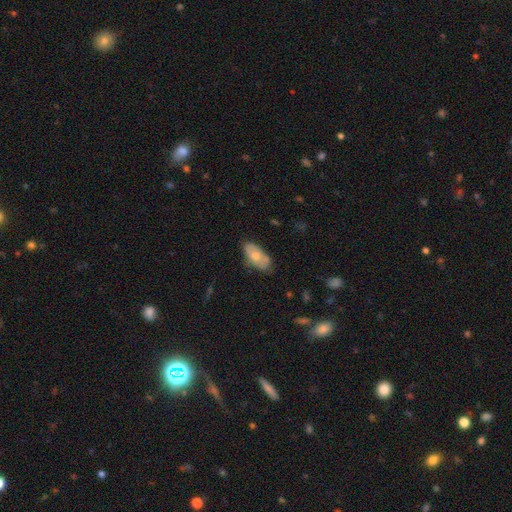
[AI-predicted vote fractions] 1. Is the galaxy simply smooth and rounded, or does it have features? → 51% smooth, 42% featured or disk, 7% star or artifact.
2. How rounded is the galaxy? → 90% in between, 7% cigar-shaped, 4% round.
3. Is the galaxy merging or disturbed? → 69% none, 24% minor disturbance, 5% major disturbance, 2% merger.